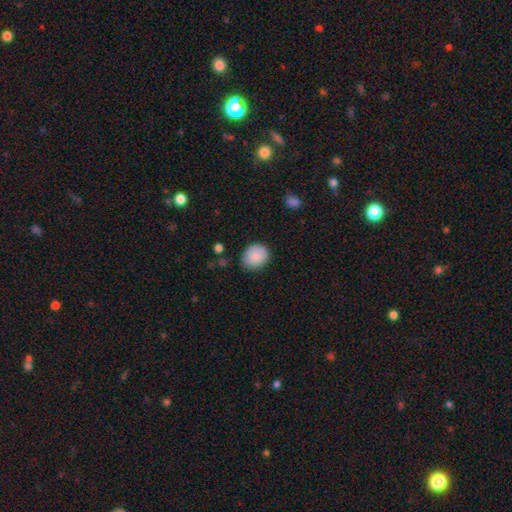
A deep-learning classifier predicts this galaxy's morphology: A smooth galaxy with no disk features (88%) that is round (64%). Merging: none (81%).